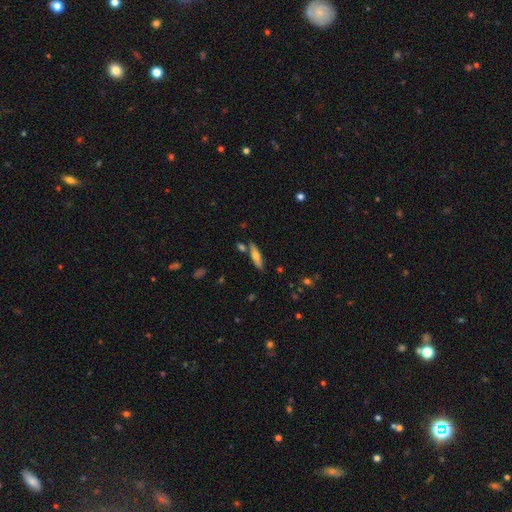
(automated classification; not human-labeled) A smooth galaxy with no disk features (57%) that is cigar-shaped (63%). Merging: none (77%).